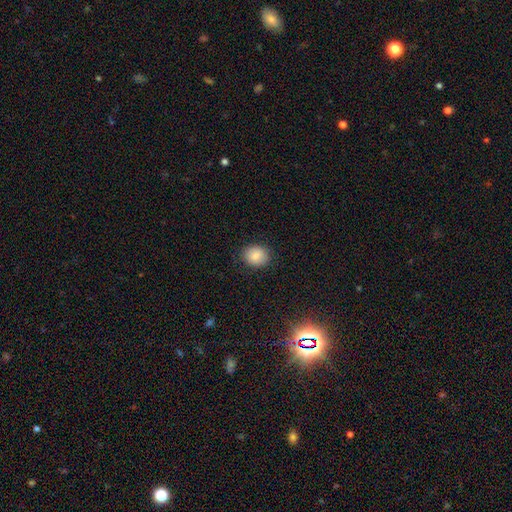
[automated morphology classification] smooth 86%, star or artifact 8%, featured or disk 5%. Down the decision tree: how rounded — round (63%); merging — none (87%).